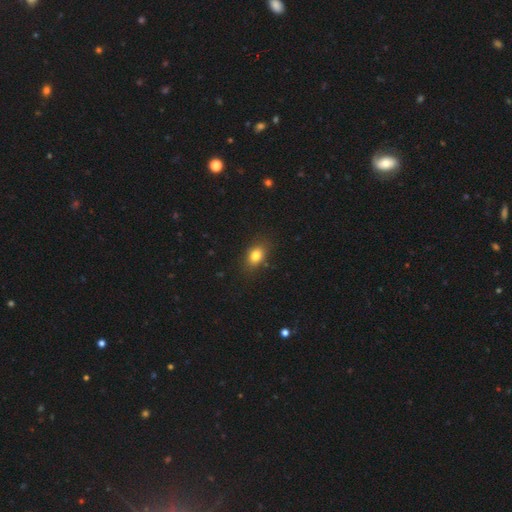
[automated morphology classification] Smooth or featured?
  - smooth: 82% *
  - star or artifact: 10%
  - featured or disk: 8%
How rounded?
  - in between: 72% *
  - round: 26%
  - cigar-shaped: 2%
Merging?
  - none: 82% *
  - minor disturbance: 13%
  - major disturbance: 3%
  - merger: 2%